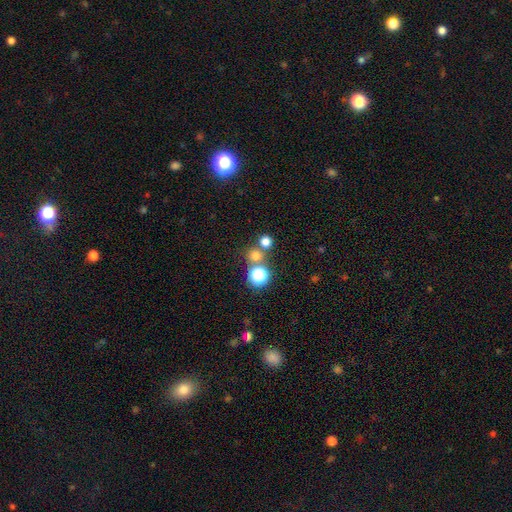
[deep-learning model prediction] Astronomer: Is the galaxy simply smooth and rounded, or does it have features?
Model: smooth — 69%.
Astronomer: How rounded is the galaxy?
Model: round — 90%.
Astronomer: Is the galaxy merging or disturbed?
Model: none — 65%.